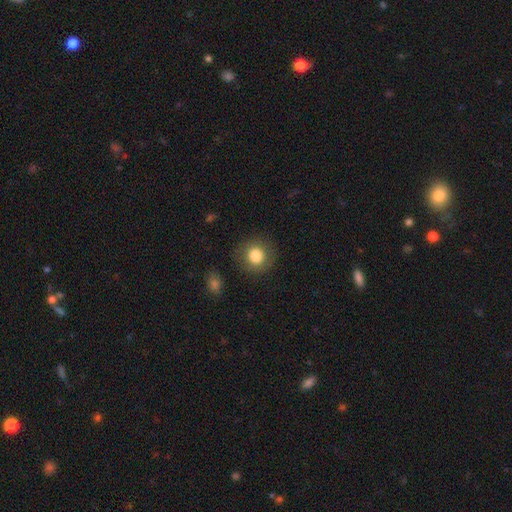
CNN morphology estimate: Overall: smooth (82%). How rounded: round (91%). Merging: none (87%).